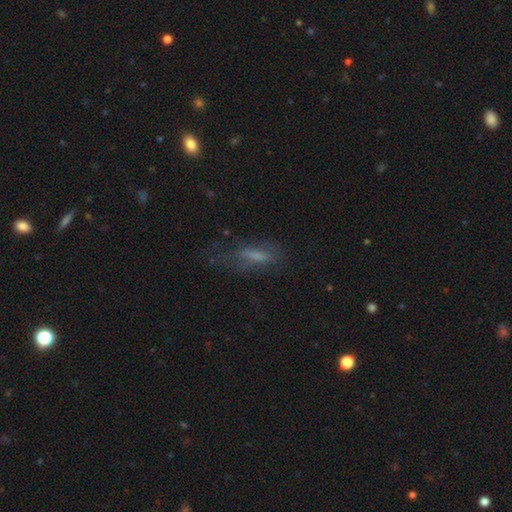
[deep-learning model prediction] Smooth or featured? Predicted: smooth (p=0.54). How rounded? Predicted: cigar-shaped (p=0.54). Merging? Predicted: none (p=0.49).